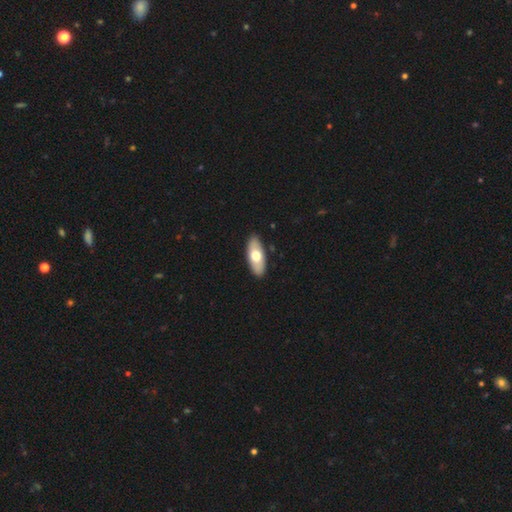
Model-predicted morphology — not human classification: Q: Smooth or featured?
A: smooth (62%); runner-up: featured or disk (33%)
Q: How rounded?
A: in between (85%); runner-up: cigar-shaped (13%)
Q: Merging?
A: none (89%); runner-up: minor disturbance (8%)